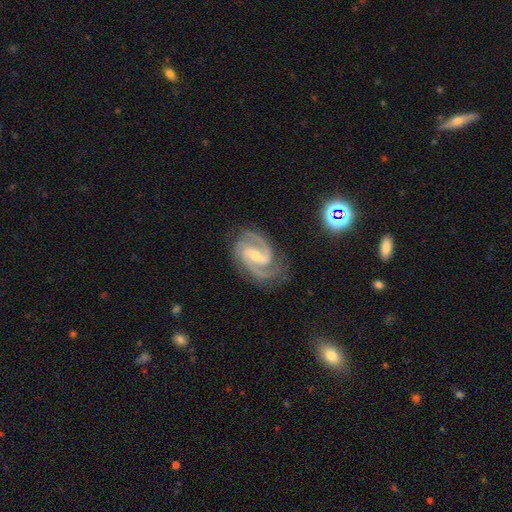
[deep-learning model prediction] Smooth or featured? featured or disk (93%)
Edge-on disk? no (98%)
Bar? weak (44%)
Spiral arms? yes (99%)
Spiral winding? medium (56%)
Spiral arm count? 2 (78%)
Bulge size? small (58%)
Merging? none (78%)